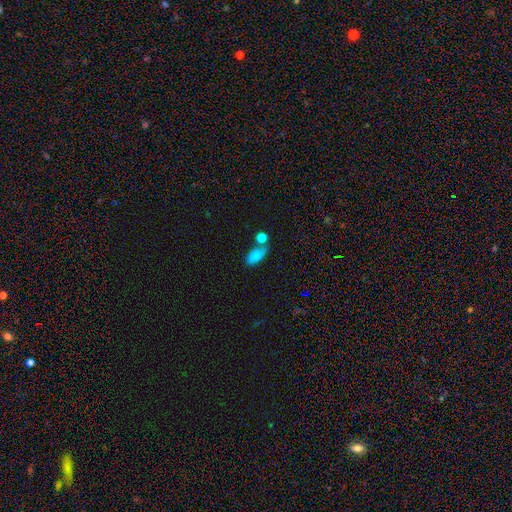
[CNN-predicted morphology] Q: Smooth or featured?
A: smooth (80%); runner-up: star or artifact (11%)
Q: How rounded?
A: in between (84%); runner-up: cigar-shaped (8%)
Q: Merging?
A: none (43%); runner-up: merger (30%)